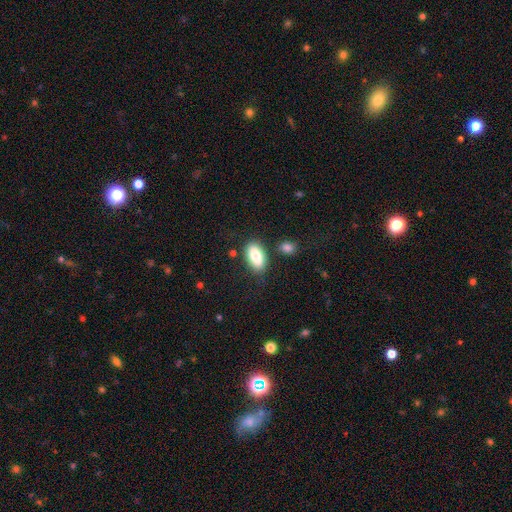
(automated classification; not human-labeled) smooth-or-featured: smooth: 81% | featured or disk: 12% | star or artifact: 7%
  how-rounded: in between: 90% | cigar-shaped: 6% | round: 4%
  merging: none: 75% | minor disturbance: 14% | merger: 6% | major disturbance: 4%